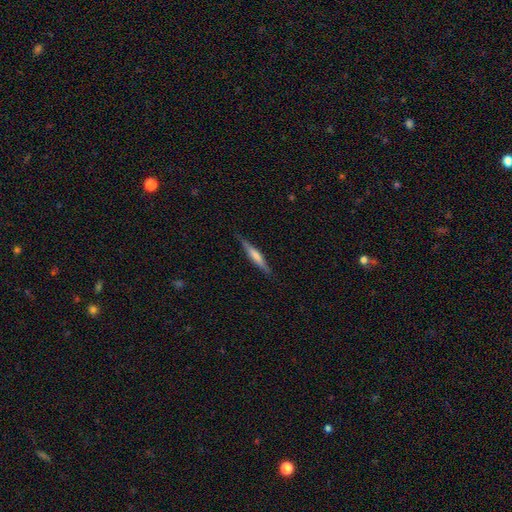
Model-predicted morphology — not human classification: smooth-or-featured: smooth: 53% | featured or disk: 41% | star or artifact: 6%
  how-rounded: cigar-shaped: 92% | in between: 7% | round: 1%
  merging: none: 84% | minor disturbance: 13% | major disturbance: 2% | merger: 1%